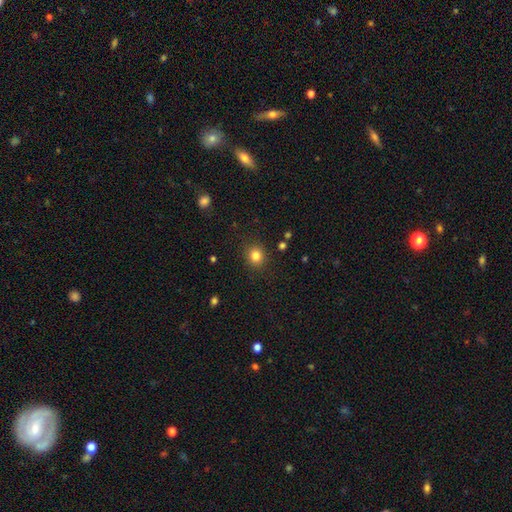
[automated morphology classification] This is clearly a smooth galaxy (83%). How rounded: clearly round (83%). Merging: clearly none (89%).